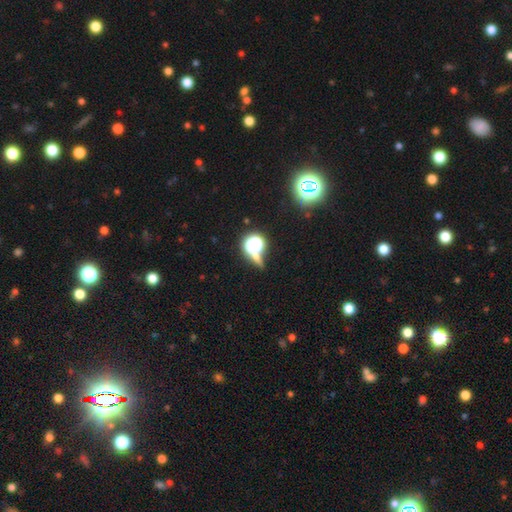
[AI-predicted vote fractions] smooth-or-featured: star or artifact: 54% | smooth: 34% | featured or disk: 13%